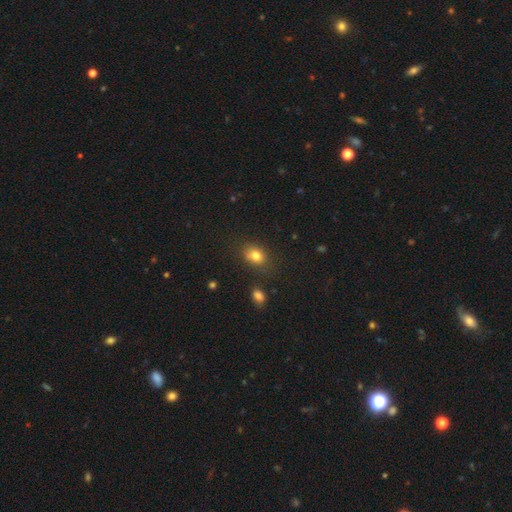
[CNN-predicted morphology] type=smooth (80%); roundness=in between (61%); merging=none (70%).